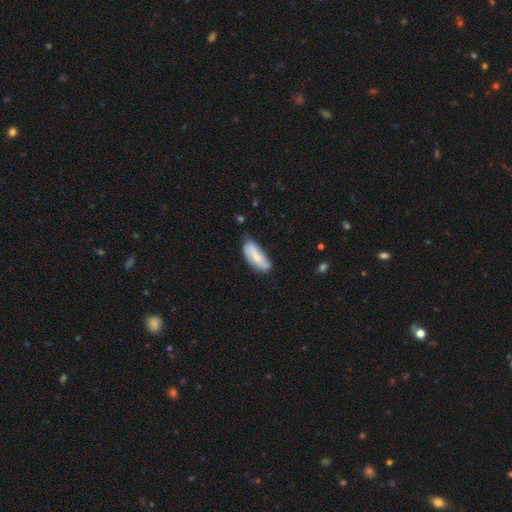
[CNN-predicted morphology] A smooth galaxy with no disk features (58%) that is in between round and cigar-shaped (76%).

Vote fractions:
- Smooth or featured? smooth: 58% / featured or disk: 36% / star or artifact: 6%
- How rounded? in between: 76% / cigar-shaped: 22% / round: 2%
- Merging? none: 63% / minor disturbance: 28% / major disturbance: 6% / merger: 3%